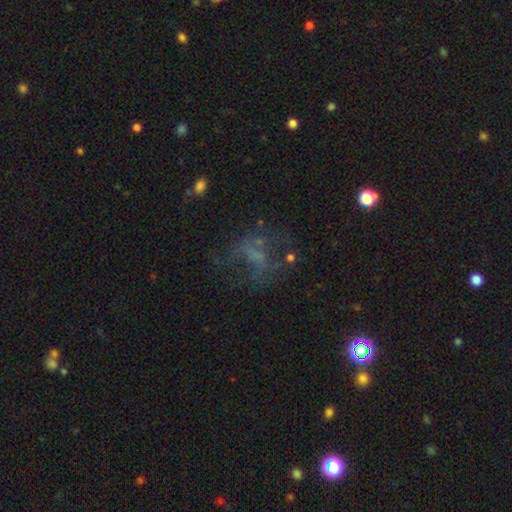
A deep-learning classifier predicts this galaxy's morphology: type=featured or disk (42%); merging=none (47%).